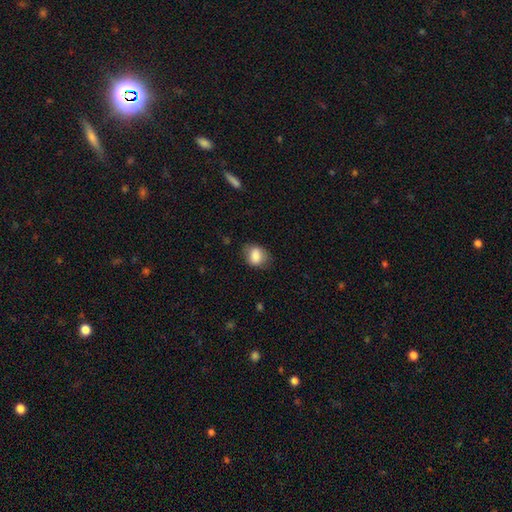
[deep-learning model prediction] Overall: smooth (82%). How rounded: in between (61%; round 38%). Merging: none (70%).